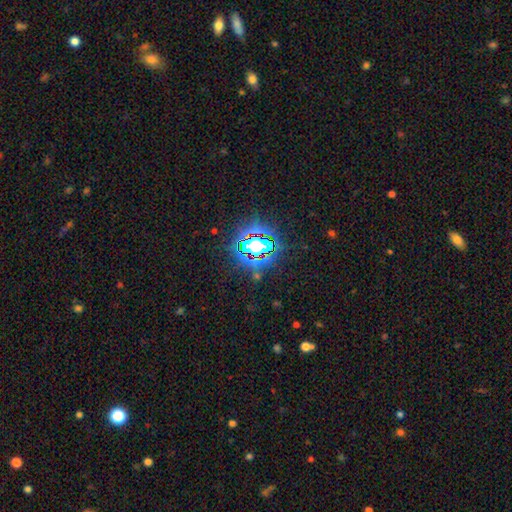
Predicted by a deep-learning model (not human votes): Q: Smooth or featured?
A: star or artifact (81%); runner-up: smooth (11%)